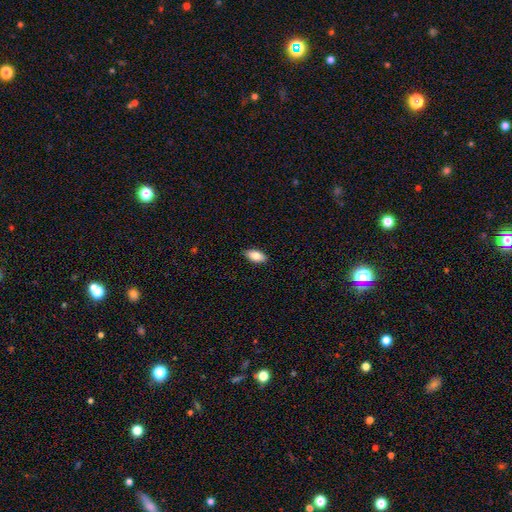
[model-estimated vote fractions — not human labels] A smooth galaxy with no disk features (84%) that is in between round and cigar-shaped (89%). Merging: none (88%).